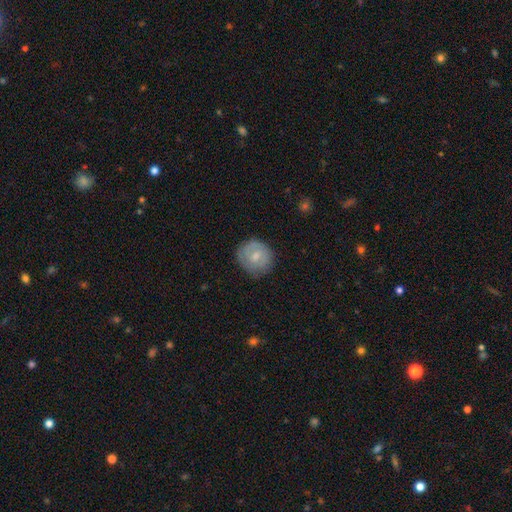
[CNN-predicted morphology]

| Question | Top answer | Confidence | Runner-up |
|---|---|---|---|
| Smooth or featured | smooth | 55% | featured or disk (38%) |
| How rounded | round | 84% | in between (15%) |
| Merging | none | 79% | minor disturbance (16%) |